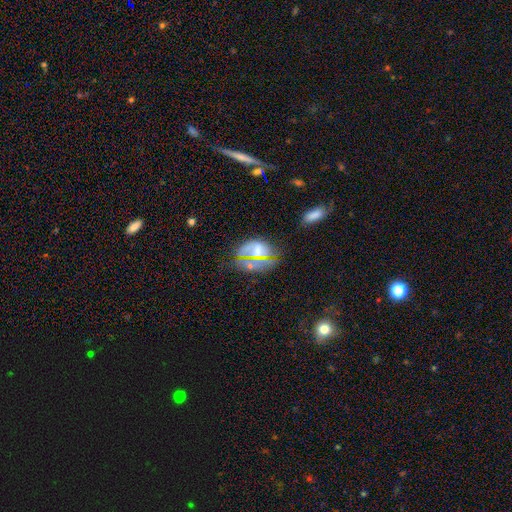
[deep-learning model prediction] A smooth galaxy with no disk features (50%) that is in between round and cigar-shaped (71%). Merging: none (59%).